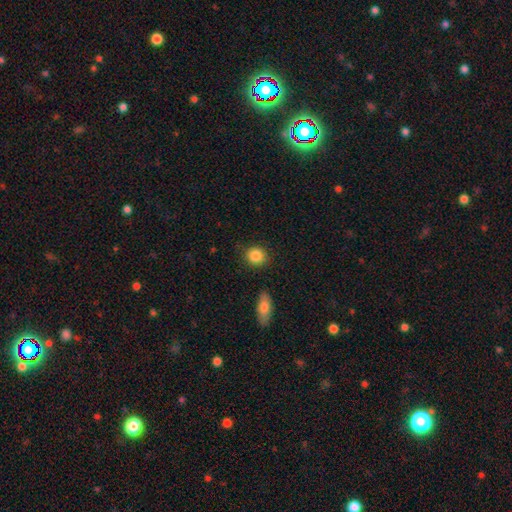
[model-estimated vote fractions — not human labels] Smooth or featured: smooth — 87% (star or artifact — 8%)
How rounded: round — 84% (in between — 15%)
Merging: none — 86% (minor disturbance — 9%)